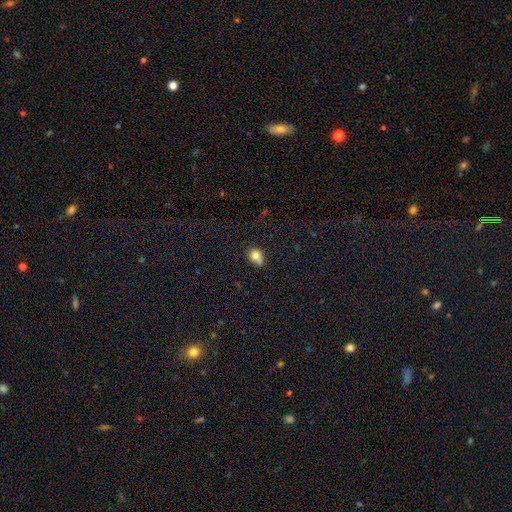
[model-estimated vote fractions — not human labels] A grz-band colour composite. It shows a smooth galaxy with no disk features (78%) that is round (59%). Merging: none (59%).